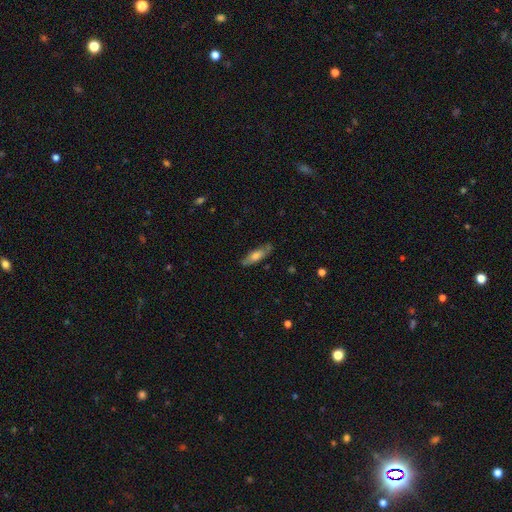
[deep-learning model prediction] Smooth or featured? smooth (59%)
How rounded? cigar-shaped (53%)
Merging? none (74%)